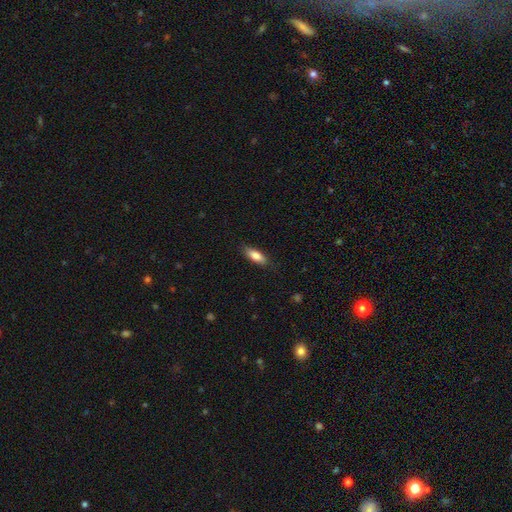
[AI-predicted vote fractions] smooth 82%, featured or disk 12%, star or artifact 6%. Down the decision tree: how rounded — in between (67%); merging — none (83%).